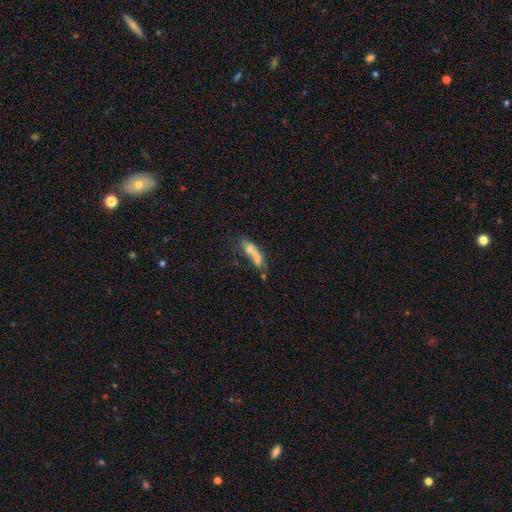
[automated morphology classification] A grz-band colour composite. It shows a smooth galaxy with no disk features (60%) that is cigar-shaped (67%). Merging: none (34%).